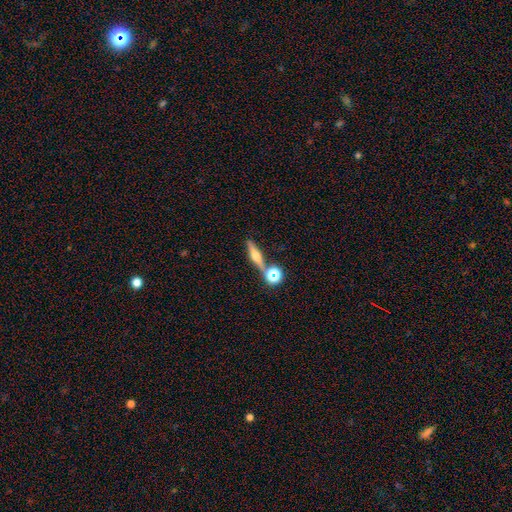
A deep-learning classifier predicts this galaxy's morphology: This appears to be a featured or disk galaxy (51%) viewed edge-on (93%). Merging: none (71%).